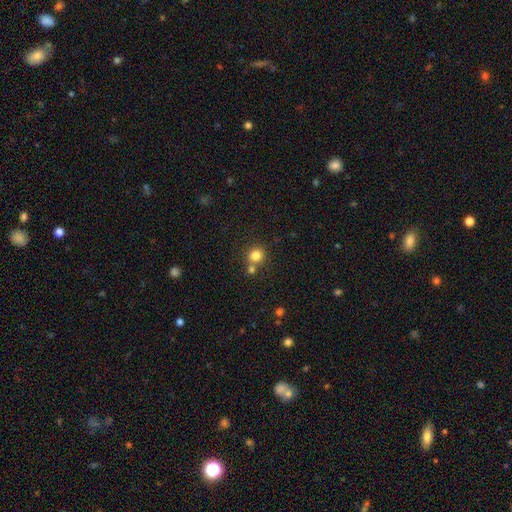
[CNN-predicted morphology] This appears to be a smooth galaxy with no disk features (81%) that is round (89%). Merging: none (66%).